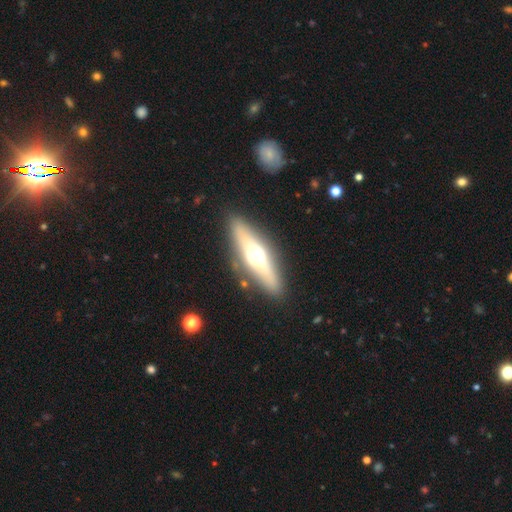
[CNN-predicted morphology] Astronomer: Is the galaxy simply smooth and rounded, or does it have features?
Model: featured or disk — 56% (runner-up: smooth, 36%).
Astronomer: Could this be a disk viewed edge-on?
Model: yes — 85%.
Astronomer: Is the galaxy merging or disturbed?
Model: none — 87%.